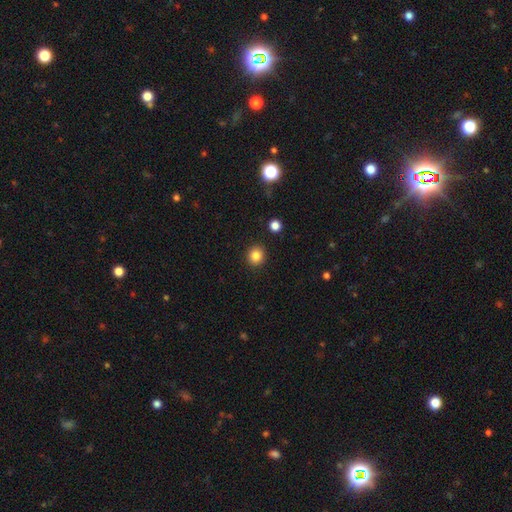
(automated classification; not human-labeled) Smooth or featured? smooth (84%)
How rounded? round (90%)
Merging? none (92%)